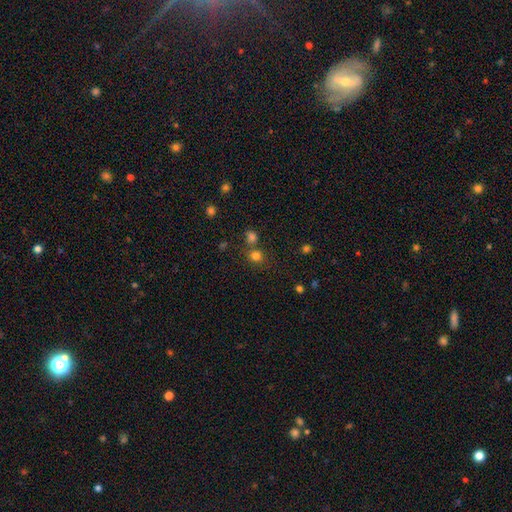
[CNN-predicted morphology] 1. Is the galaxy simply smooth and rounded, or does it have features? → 77% smooth, 17% star or artifact, 6% featured or disk.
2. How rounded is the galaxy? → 84% round, 15% in between, 1% cigar-shaped.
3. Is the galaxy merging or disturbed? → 65% none, 23% merger, 8% minor disturbance, 4% major disturbance.